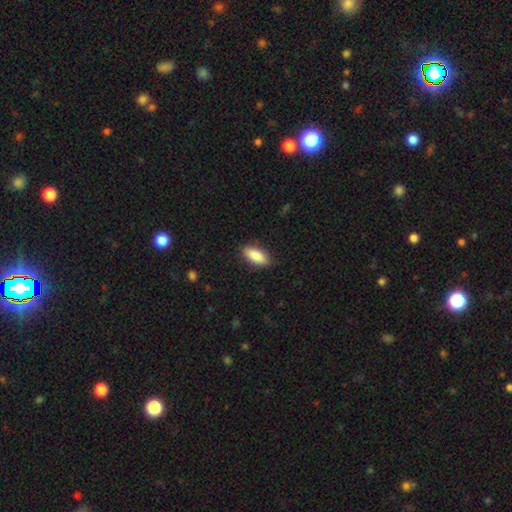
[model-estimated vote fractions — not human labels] Smooth or featured?
  - smooth: 89% *
  - star or artifact: 6%
  - featured or disk: 5%
How rounded?
  - in between: 87% *
  - cigar-shaped: 11%
  - round: 2%
Merging?
  - none: 86% *
  - minor disturbance: 10%
  - major disturbance: 2%
  - merger: 1%